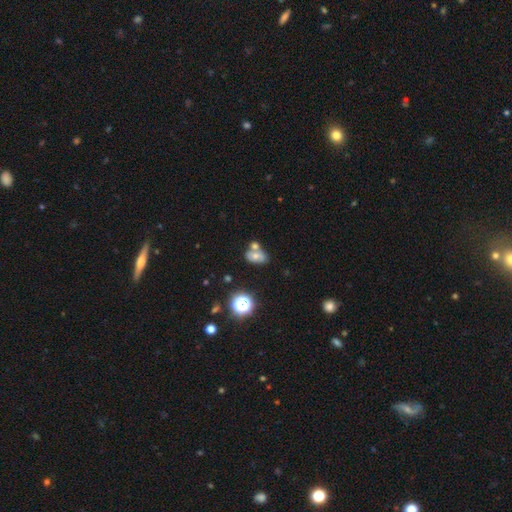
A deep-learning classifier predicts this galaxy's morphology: smooth 58%, featured or disk 25%, star or artifact 18%. Down the decision tree: how rounded — in between (78%); merging — merger (45%).